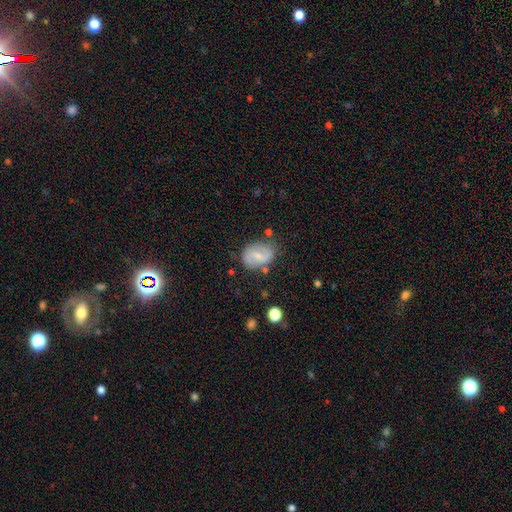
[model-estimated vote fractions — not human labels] Smooth or featured? featured or disk (59%)
Edge-on disk? no (97%)
Bar? weak (52%)
Spiral arms? yes (81%)
Bulge size? small (56%)
Merging? none (72%)